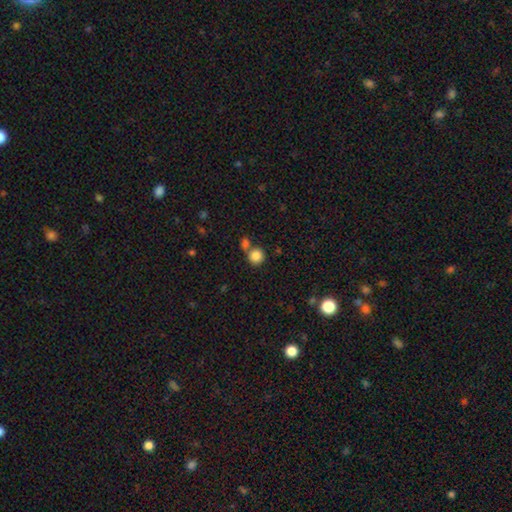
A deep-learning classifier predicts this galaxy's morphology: smooth 85%, star or artifact 10%, featured or disk 5%. Down the decision tree: how rounded — round (91%); merging — none (61%).